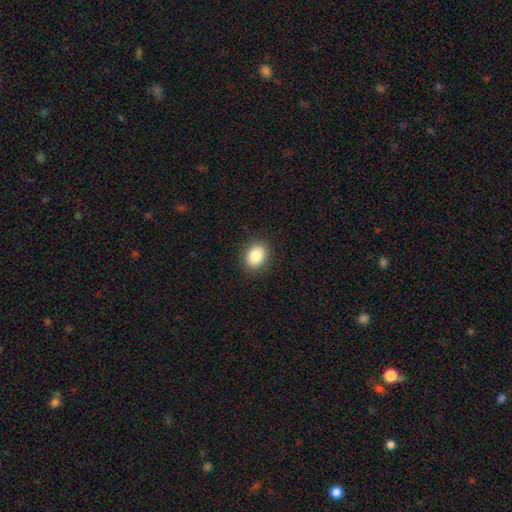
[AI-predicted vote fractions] The model was most divided on "how rounded": in between: 57%, round: 42%, cigar-shaped: 1%. More confident: merging — none (89%); smooth or featured — smooth (84%).